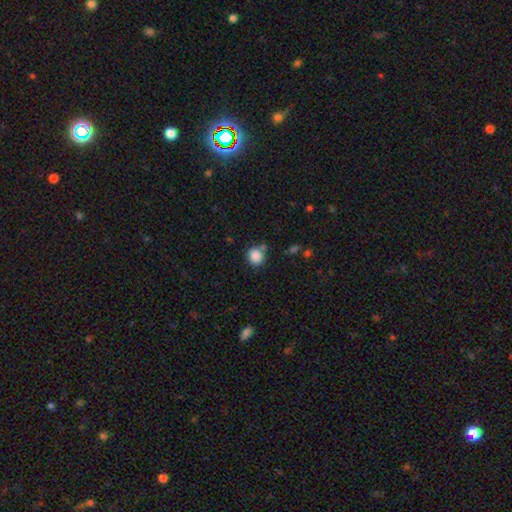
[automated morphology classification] This appears to be a smooth galaxy with no disk features (87%) that is round (83%). Merging: none (70%).